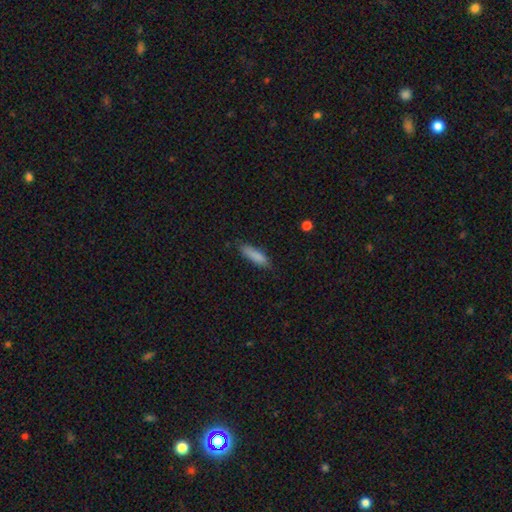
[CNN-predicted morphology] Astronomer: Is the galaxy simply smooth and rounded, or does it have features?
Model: smooth — 84%.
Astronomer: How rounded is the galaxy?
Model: cigar-shaped — 63%.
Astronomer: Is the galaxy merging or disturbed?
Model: none — 77%.